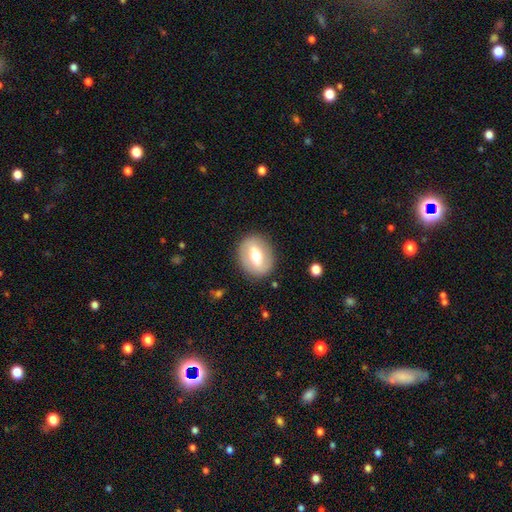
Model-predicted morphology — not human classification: smooth_or_featured: smooth (p=0.48) [alt: featured or disk p=0.45]
merging: none (p=0.86) [alt: minor disturbance p=0.09]